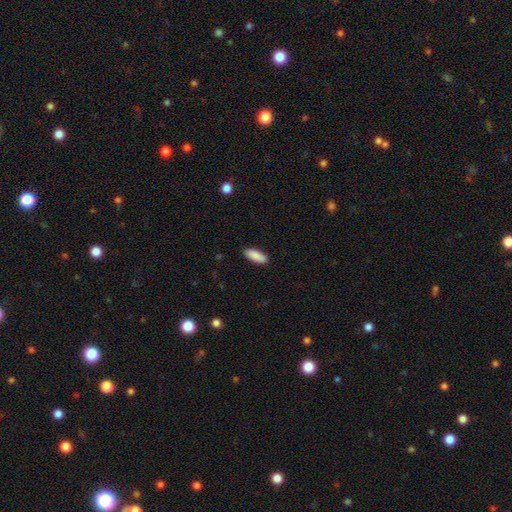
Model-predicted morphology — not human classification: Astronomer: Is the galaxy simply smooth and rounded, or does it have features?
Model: smooth — 90%.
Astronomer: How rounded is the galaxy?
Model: in between — 70%.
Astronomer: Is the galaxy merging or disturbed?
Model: none — 88%.